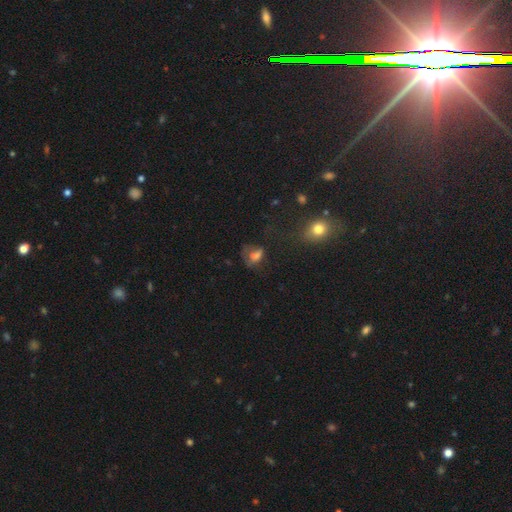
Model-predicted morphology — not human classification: smooth-or-featured: smooth: 62% | star or artifact: 19% | featured or disk: 18%
  how-rounded: in between: 66% | round: 32% | cigar-shaped: 2%
  merging: none: 37% | major disturbance: 33% | minor disturbance: 25% | merger: 6%